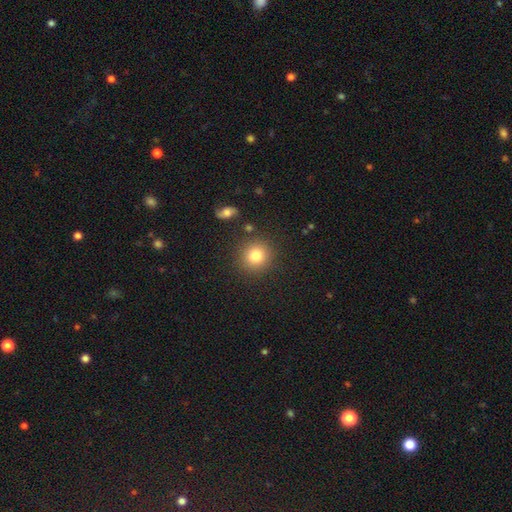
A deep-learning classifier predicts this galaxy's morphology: Smooth or featured? Predicted: smooth (p=0.81). How rounded? Predicted: round (p=0.90). Merging? Predicted: none (p=0.86).